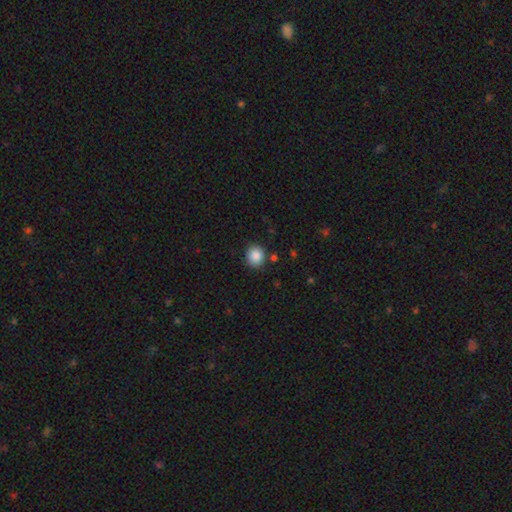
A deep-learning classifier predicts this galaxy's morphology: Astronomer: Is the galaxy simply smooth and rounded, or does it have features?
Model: smooth — 87%.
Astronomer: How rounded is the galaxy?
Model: round — 87%.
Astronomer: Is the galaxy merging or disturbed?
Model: none — 85%.